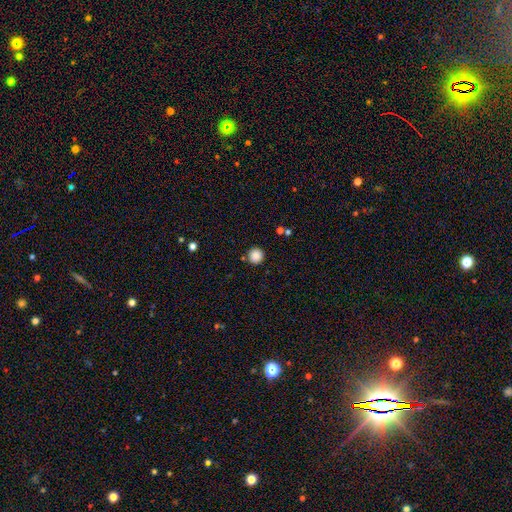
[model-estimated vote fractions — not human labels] The model was most divided on "smooth or featured": smooth: 87%, star or artifact: 10%, featured or disk: 3%. More confident: how rounded — round (95%); merging — none (89%).